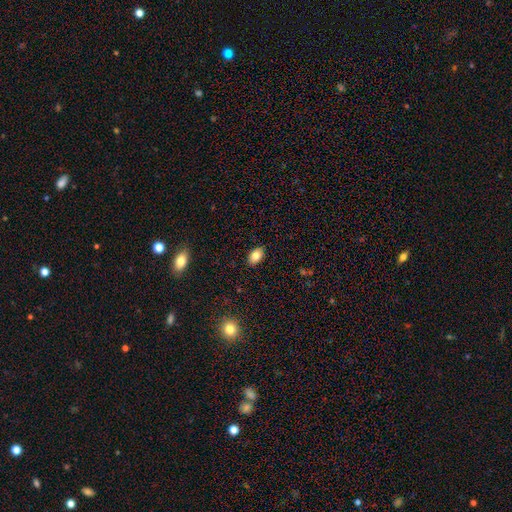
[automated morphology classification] Smooth or featured: smooth — 84% (star or artifact — 8%)
How rounded: in between — 88% (round — 10%)
Merging: none — 88% (minor disturbance — 9%)